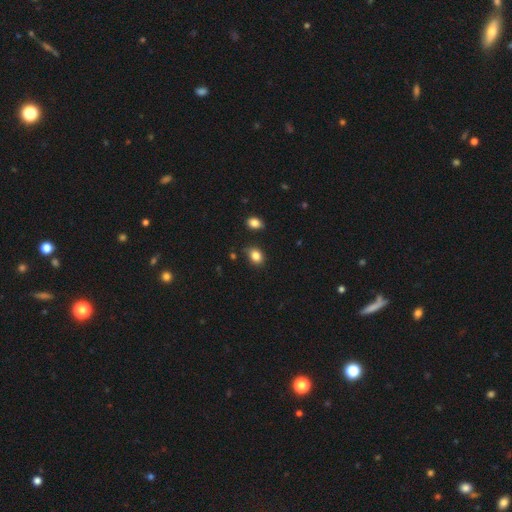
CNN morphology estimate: This is clearly a smooth galaxy (84%). How rounded: possibly in between (58%). Merging: likely none (75%).